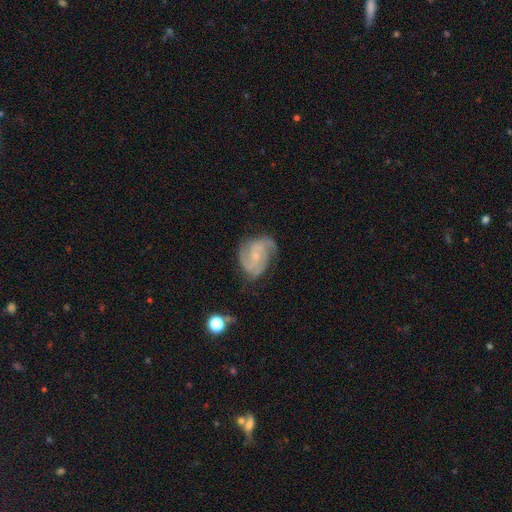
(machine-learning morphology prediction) Overall: featured or disk (84%). Edge-on disk: no (98%). Bar: no (60%; weak 34%). Spiral arms: yes (97%). Spiral arm count: 2 (44%; 3 35%). Spiral winding: medium (49%; tight 39%). Bulge size: small (66%). Merging: none (65%).